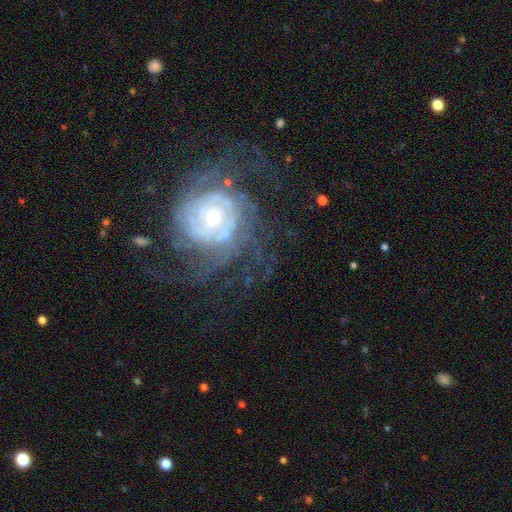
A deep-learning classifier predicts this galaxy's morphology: Smooth or featured? Predicted: featured or disk (p=0.81). Edge-on disk? Predicted: no (p=0.97). Bar? Predicted: no (p=0.69). Spiral arms? Predicted: yes (p=0.94). Spiral winding? Predicted: tight (p=0.66). Spiral arm count? Predicted: can't tell (p=0.35). Bulge size? Predicted: small (p=0.55). Merging? Predicted: none (p=0.70).